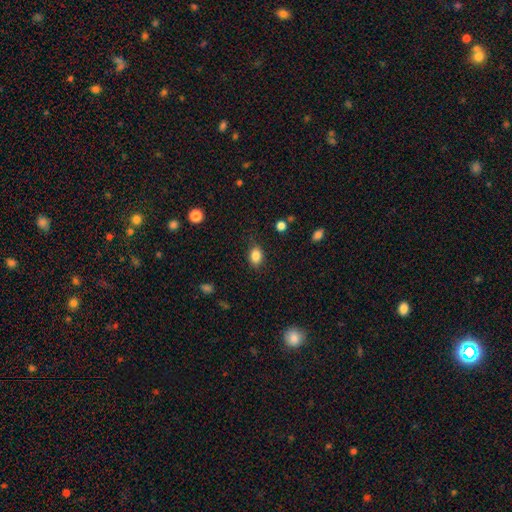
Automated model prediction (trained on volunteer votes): smooth_or_featured: smooth (p=0.84) [alt: star or artifact p=0.10]
how_rounded: in between (p=0.74) [alt: round p=0.25]
merging: none (p=0.81) [alt: minor disturbance p=0.14]